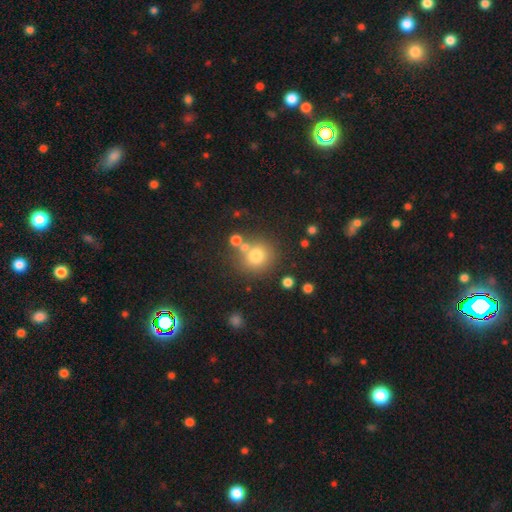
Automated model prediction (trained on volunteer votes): Smooth or featured? smooth (75%)
How rounded? round (89%)
Merging? none (71%)